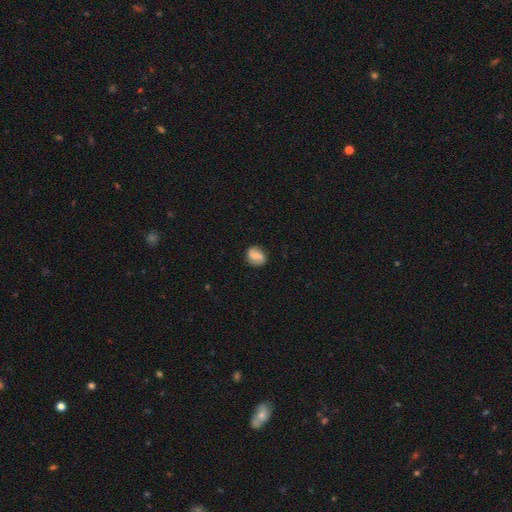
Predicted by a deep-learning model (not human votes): Smooth or featured: featured or disk — 51% (smooth — 41%)
Edge-on disk: no — 97% (yes — 3%)
Merging: none — 80% (minor disturbance — 14%)